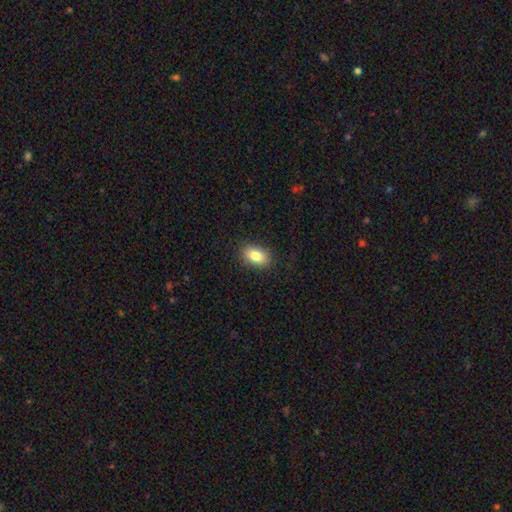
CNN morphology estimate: smooth-or-featured: smooth: 83% | featured or disk: 9% | star or artifact: 8%
  how-rounded: in between: 86% | round: 12% | cigar-shaped: 2%
  merging: none: 89% | minor disturbance: 8% | major disturbance: 2% | merger: 1%